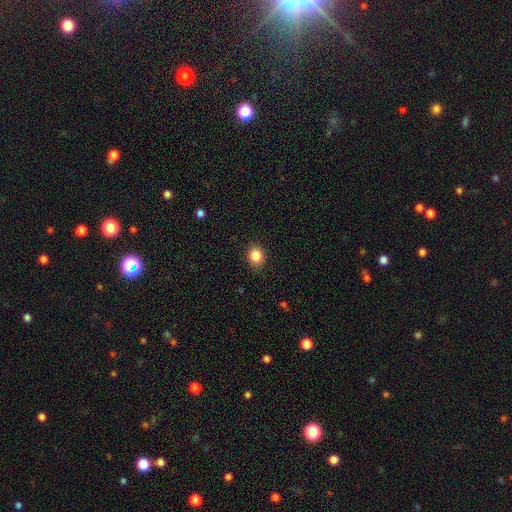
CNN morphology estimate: Smooth or featured? smooth (86%)
How rounded? round (63%)
Merging? none (86%)